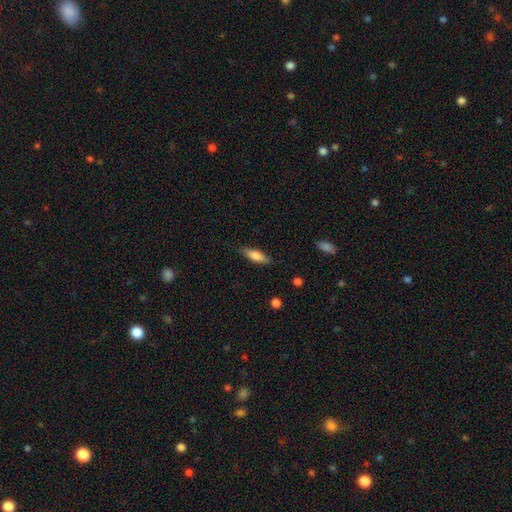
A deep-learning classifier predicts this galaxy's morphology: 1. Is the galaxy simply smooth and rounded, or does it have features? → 77% smooth, 17% featured or disk, 6% star or artifact.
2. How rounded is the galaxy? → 50% cigar-shaped, 48% in between, 2% round.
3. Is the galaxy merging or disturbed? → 82% none, 14% minor disturbance, 3% major disturbance, 1% merger.